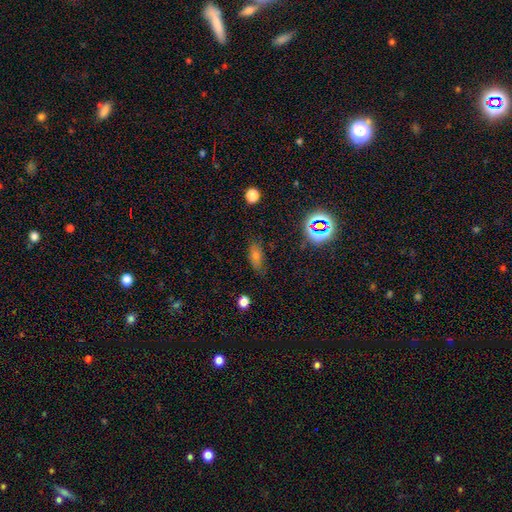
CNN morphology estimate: Overall: smooth (59%; star or artifact 25%). How rounded: in between (76%). Merging: none (73%).